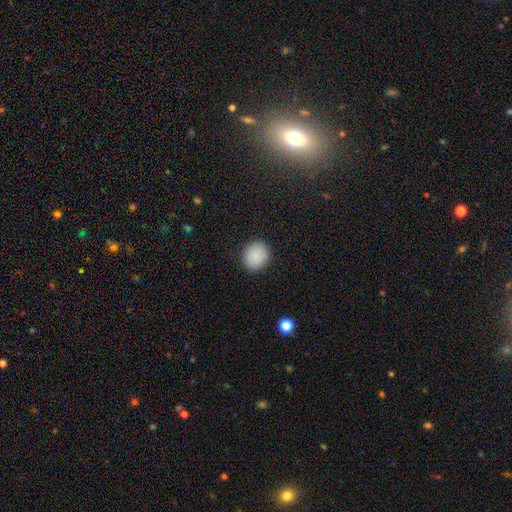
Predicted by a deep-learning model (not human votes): Smooth or featured?
  - smooth: 89% *
  - star or artifact: 8%
  - featured or disk: 3%
How rounded?
  - round: 80% *
  - in between: 19%
  - cigar-shaped: 1%
Merging?
  - none: 90% *
  - minor disturbance: 7%
  - major disturbance: 2%
  - merger: 1%